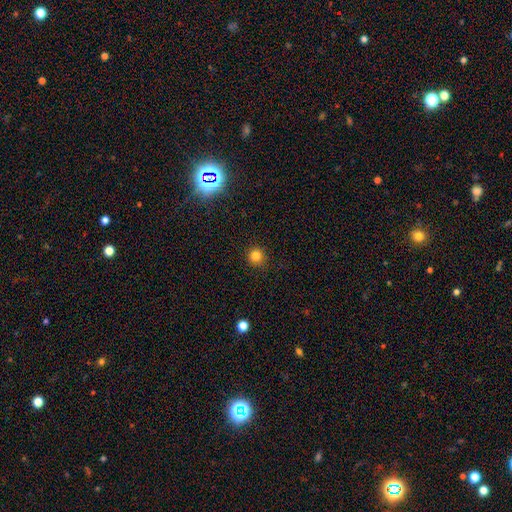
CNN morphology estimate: smooth-or-featured: smooth: 82% | star or artifact: 14% | featured or disk: 4%
  how-rounded: round: 95% | in between: 4% | cigar-shaped: 1%
  merging: none: 91% | minor disturbance: 6% | major disturbance: 2% | merger: 1%